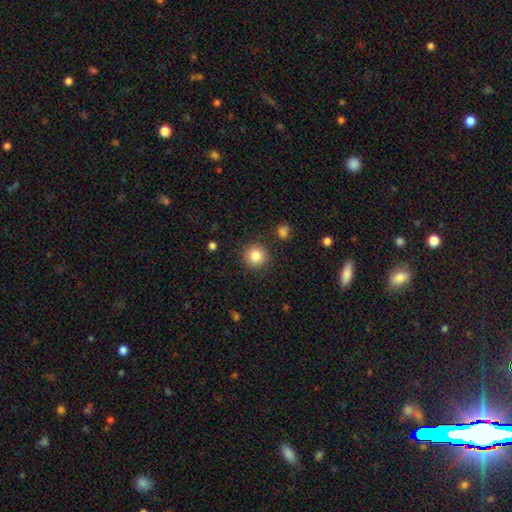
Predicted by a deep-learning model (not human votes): Smooth or featured? Predicted: smooth (p=0.84). How rounded? Predicted: round (p=0.94). Merging? Predicted: none (p=0.89).